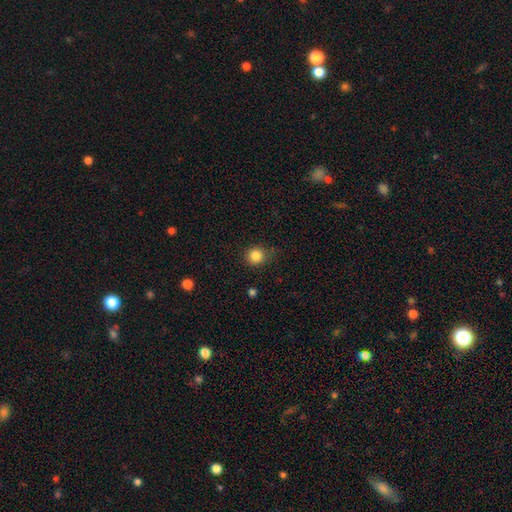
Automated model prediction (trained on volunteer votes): smooth-or-featured: smooth: 85% | star or artifact: 11% | featured or disk: 4%
  how-rounded: round: 90% | in between: 9% | cigar-shaped: 1%
  merging: none: 81% | minor disturbance: 13% | major disturbance: 4% | merger: 2%